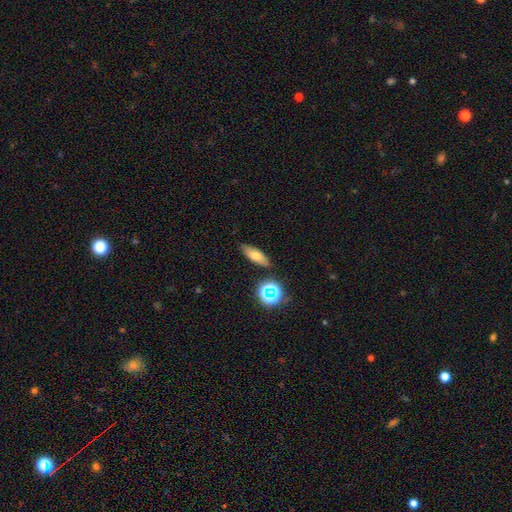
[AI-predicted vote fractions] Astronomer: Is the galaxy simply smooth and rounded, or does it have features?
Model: smooth — 68%.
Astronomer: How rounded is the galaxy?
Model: in between — 60%.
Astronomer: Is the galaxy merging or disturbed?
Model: none — 84%.